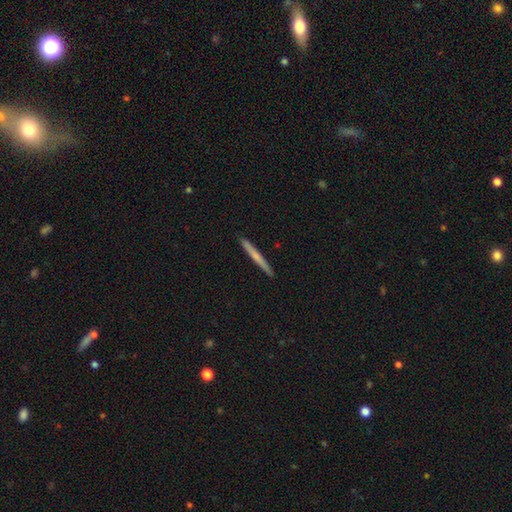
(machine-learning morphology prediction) smooth_or_featured: smooth (p=0.55) [alt: featured or disk p=0.39]
how_rounded: cigar-shaped (p=0.97) [alt: in between p=0.02]
merging: none (p=0.92) [alt: minor disturbance p=0.05]